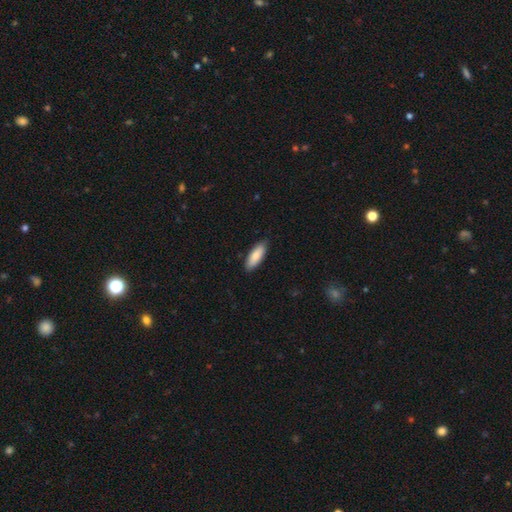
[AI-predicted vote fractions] The model was most divided on "how rounded": in between: 63%, cigar-shaped: 35%, round: 2%. More confident: merging — none (87%); smooth or featured — smooth (85%).